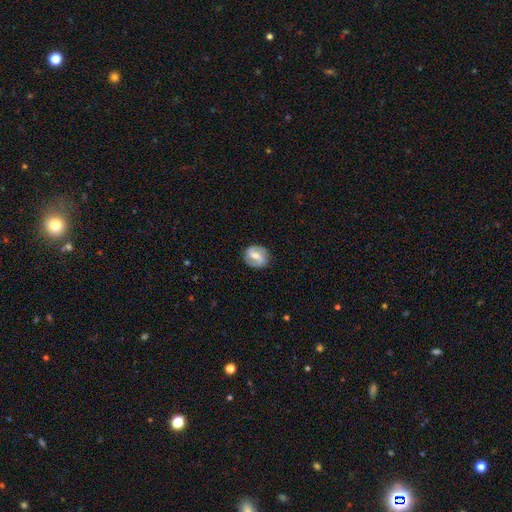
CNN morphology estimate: This appears to be a featured or disk galaxy (76%) with a weak bar (43%), 2 (90%) medium (46%) spiral arms (90%) and a moderate central bulge (57%). Merging: none (85%).